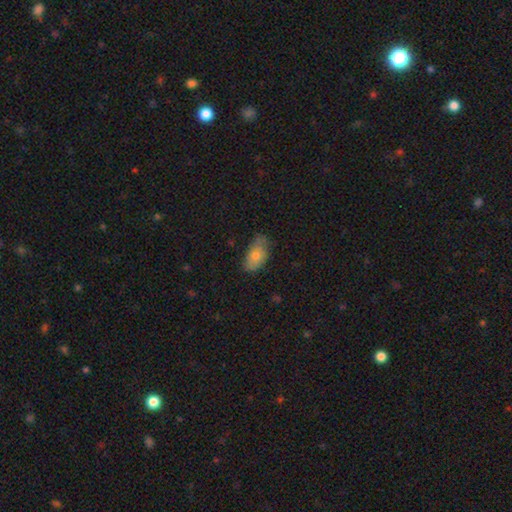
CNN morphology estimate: Smooth or featured? Predicted: smooth (p=0.73). How rounded? Predicted: in between (p=0.91). Merging? Predicted: none (p=0.61).